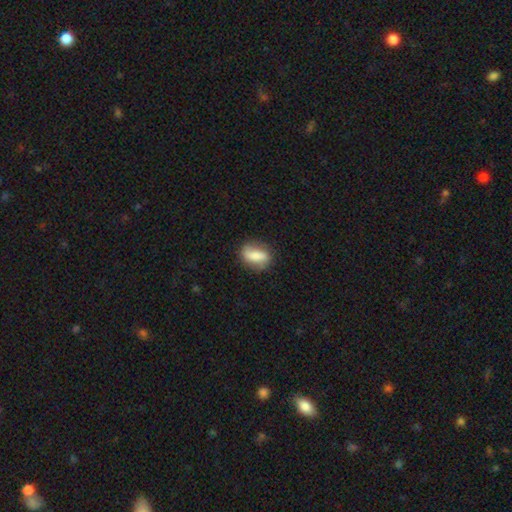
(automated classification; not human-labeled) Q: Smooth or featured?
A: smooth (60%); runner-up: featured or disk (32%)
Q: How rounded?
A: in between (71%); runner-up: round (19%)
Q: Merging?
A: none (77%); runner-up: minor disturbance (17%)